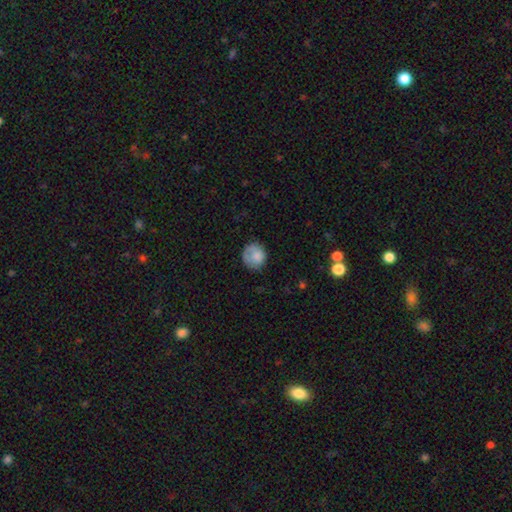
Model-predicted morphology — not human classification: Smooth or featured?
  - smooth: 76% *
  - featured or disk: 17%
  - star or artifact: 7%
How rounded?
  - round: 82% *
  - in between: 17%
  - cigar-shaped: 1%
Merging?
  - none: 63% *
  - minor disturbance: 24%
  - major disturbance: 11%
  - merger: 2%